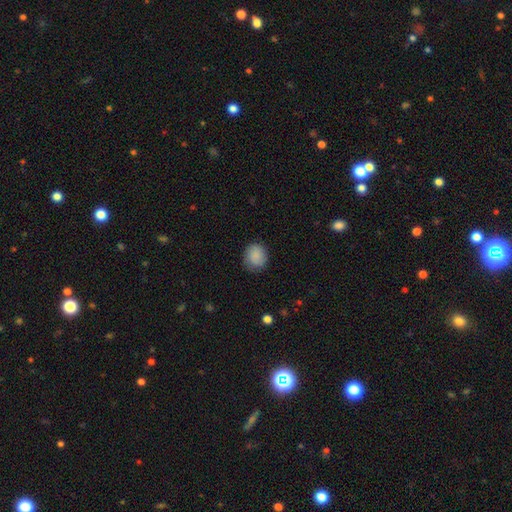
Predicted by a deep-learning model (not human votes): Smooth or featured? Predicted: smooth (p=0.87). How rounded? Predicted: round (p=0.78). Merging? Predicted: none (p=0.80).